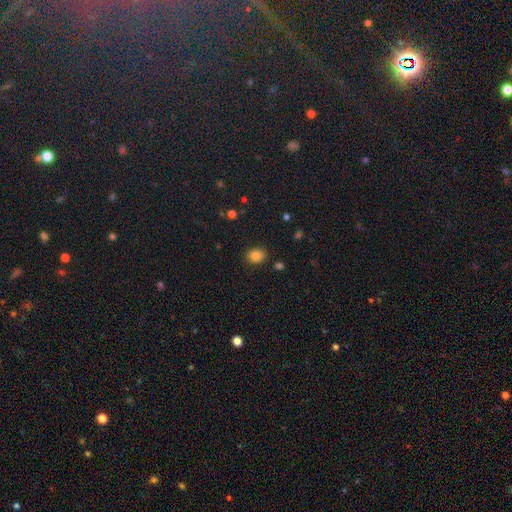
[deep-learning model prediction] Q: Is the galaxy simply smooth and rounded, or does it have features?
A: smooth — 83%.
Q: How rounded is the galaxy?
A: round — 58%.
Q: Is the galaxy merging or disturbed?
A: none — 85%.